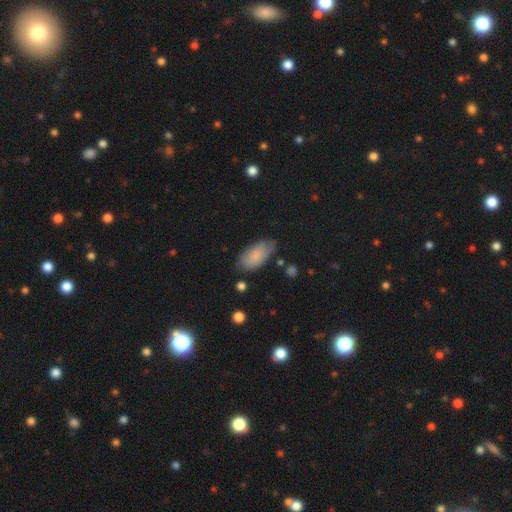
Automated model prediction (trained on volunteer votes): Morphology: type=smooth (80%); roundness=in between (93%); merging=none (70%).